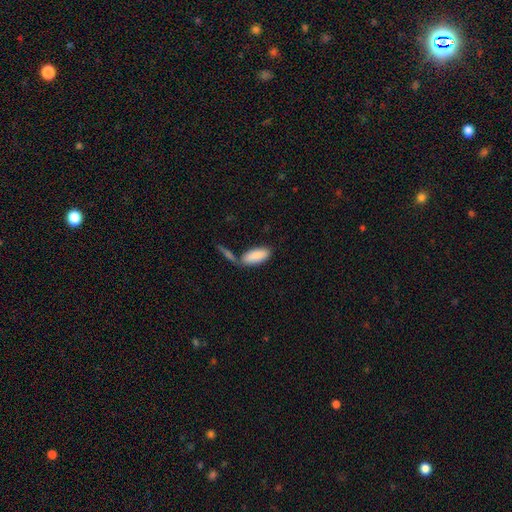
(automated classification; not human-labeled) Q: Smooth or featured?
A: smooth (87%); runner-up: featured or disk (7%)
Q: How rounded?
A: in between (83%); runner-up: cigar-shaped (15%)
Q: Merging?
A: none (58%); runner-up: merger (24%)